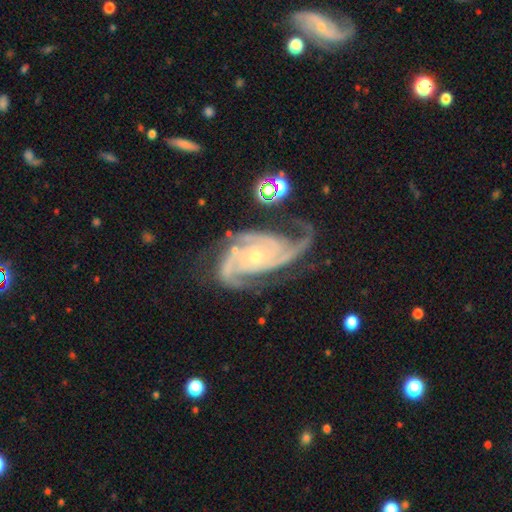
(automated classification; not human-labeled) Smooth or featured? Predicted: featured or disk (p=0.92). Edge-on disk? Predicted: no (p=0.97). Bar? Predicted: no (p=0.69). Spiral arms? Predicted: yes (p=0.99). Spiral winding? Predicted: tight (p=0.53). Spiral arm count? Predicted: 3 (p=0.50). Bulge size? Predicted: small (p=0.72). Merging? Predicted: none (p=0.58).